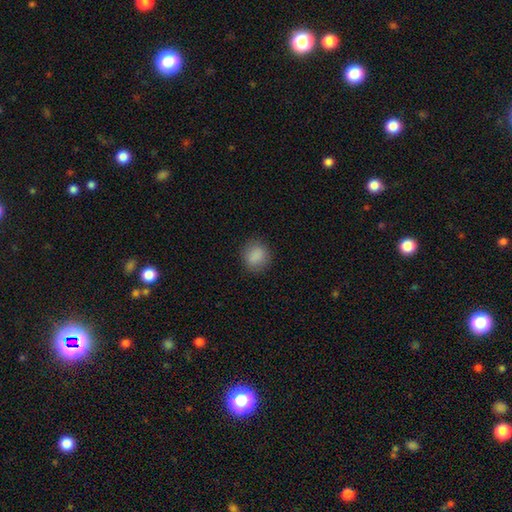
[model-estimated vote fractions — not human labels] Smooth or featured? smooth (87%)
How rounded? round (74%)
Merging? none (85%)